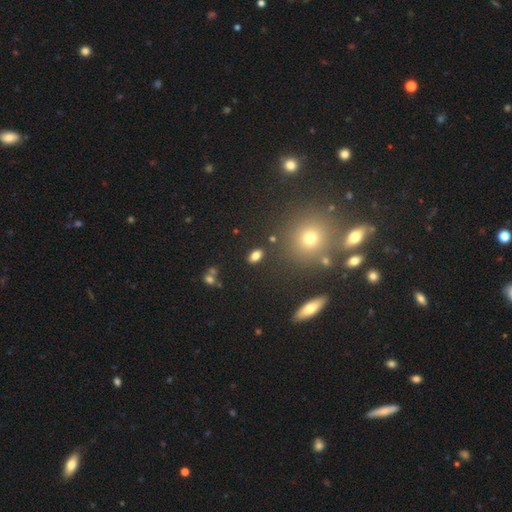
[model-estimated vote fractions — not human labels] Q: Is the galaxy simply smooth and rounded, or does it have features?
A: smooth — 79%.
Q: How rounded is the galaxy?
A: in between — 84%.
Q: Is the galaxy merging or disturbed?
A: none — 84%.